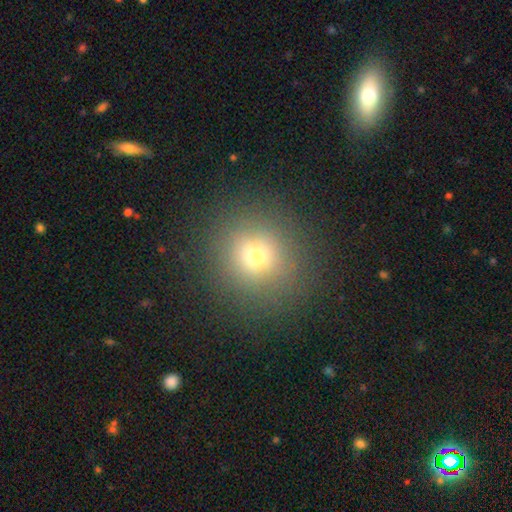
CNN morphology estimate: Overall: smooth (70%). How rounded: round (93%). Merging: none (88%).